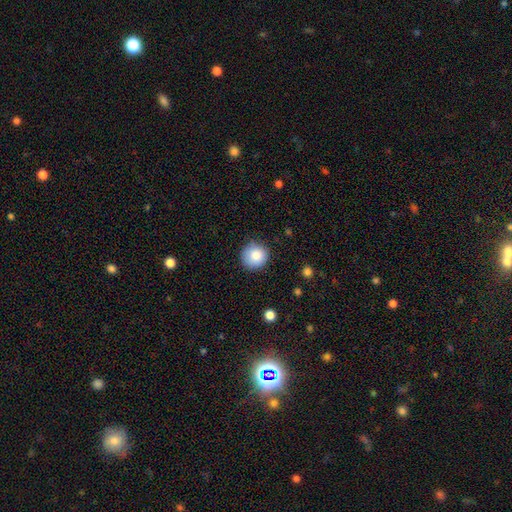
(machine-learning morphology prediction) smooth-or-featured: smooth: 84% | star or artifact: 9% | featured or disk: 7%
  how-rounded: round: 93% | in between: 6% | cigar-shaped: 1%
  merging: none: 85% | minor disturbance: 12% | major disturbance: 2% | merger: 1%